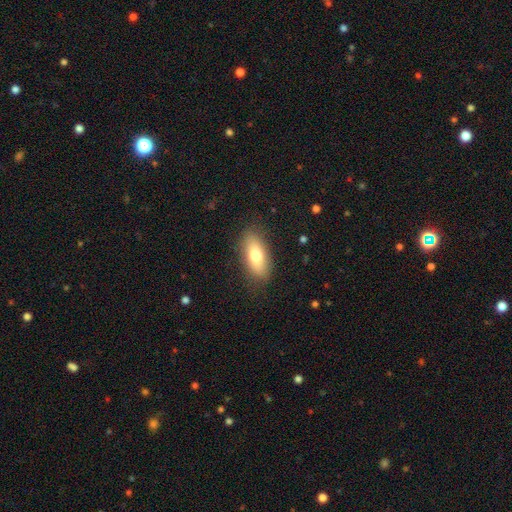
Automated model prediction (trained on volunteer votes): smooth-or-featured: smooth: 75% | featured or disk: 18% | star or artifact: 7%
  how-rounded: in between: 80% | cigar-shaped: 17% | round: 3%
  merging: none: 85% | minor disturbance: 11% | major disturbance: 3% | merger: 1%